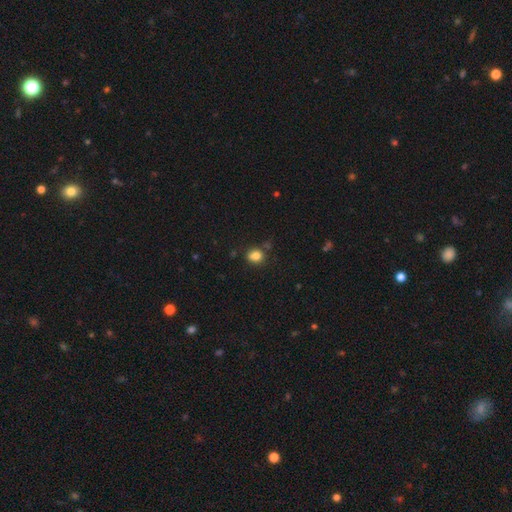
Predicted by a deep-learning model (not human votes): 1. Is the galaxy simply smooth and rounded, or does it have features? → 83% smooth, 12% star or artifact, 6% featured or disk.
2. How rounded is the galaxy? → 55% round, 44% in between, 1% cigar-shaped.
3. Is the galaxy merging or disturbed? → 74% none, 16% minor disturbance, 6% merger, 4% major disturbance.